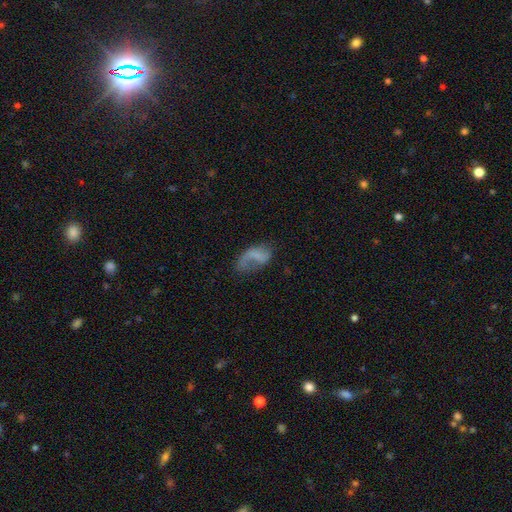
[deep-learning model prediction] featured or disk 47%, smooth 42%, star or artifact 10%. Down the decision tree: merging — major disturbance (36%, tied with none).